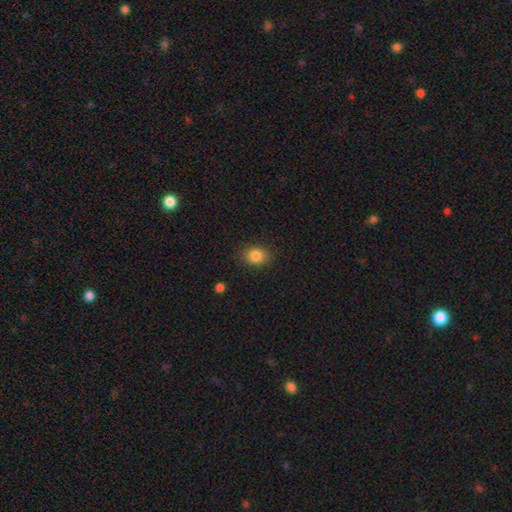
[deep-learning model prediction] smooth 84%, star or artifact 10%, featured or disk 6%. Down the decision tree: how rounded — in between (52%); merging — none (87%).